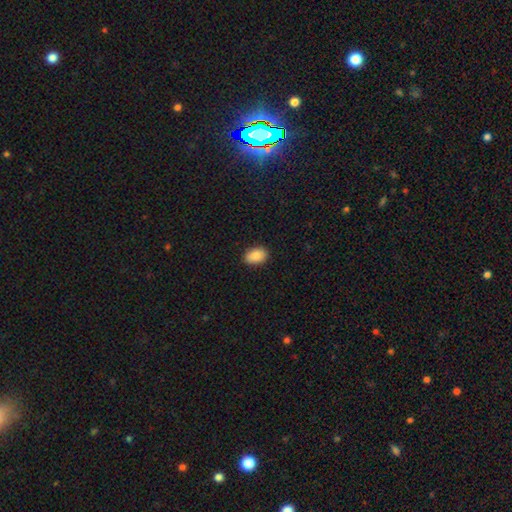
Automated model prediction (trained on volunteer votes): smooth-or-featured: smooth: 89% | star or artifact: 7% | featured or disk: 4%
  how-rounded: in between: 86% | round: 12% | cigar-shaped: 1%
  merging: none: 88% | minor disturbance: 10% | major disturbance: 2% | merger: 1%